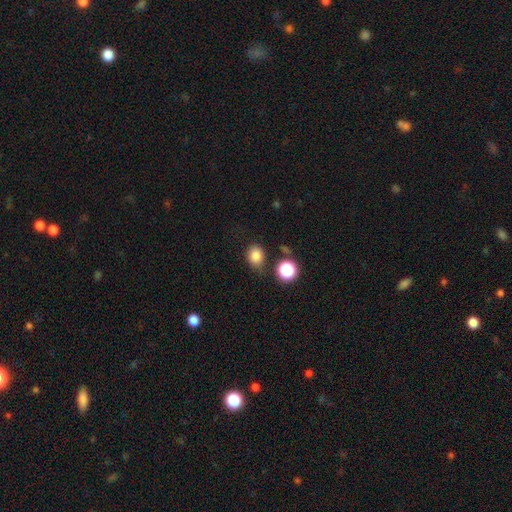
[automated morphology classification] This appears to be a smooth galaxy with no disk features (83%) that is round (55%). Merging: none (72%).